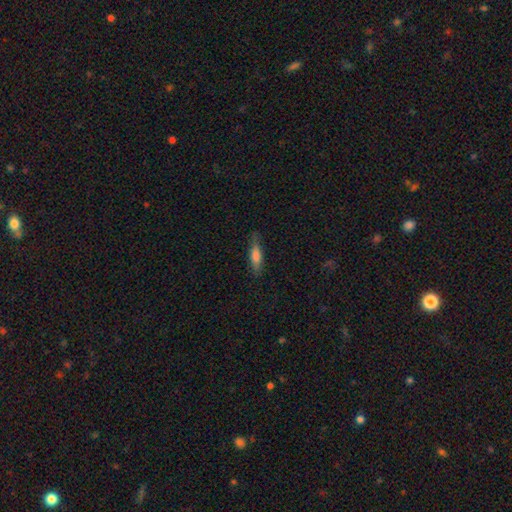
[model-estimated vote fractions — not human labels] smooth-or-featured: smooth: 66% | featured or disk: 27% | star or artifact: 7%
  how-rounded: cigar-shaped: 67% | in between: 31% | round: 2%
  merging: none: 78% | minor disturbance: 17% | major disturbance: 4% | merger: 1%